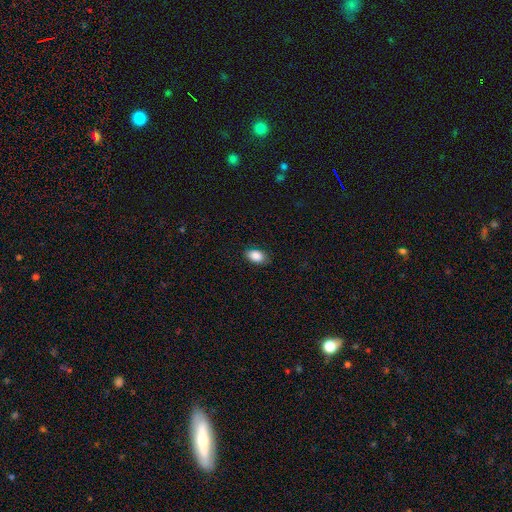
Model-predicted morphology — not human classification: smooth-or-featured: smooth: 87% | star or artifact: 7% | featured or disk: 5%
  how-rounded: in between: 88% | round: 10% | cigar-shaped: 2%
  merging: none: 84% | minor disturbance: 13% | major disturbance: 3% | merger: 1%